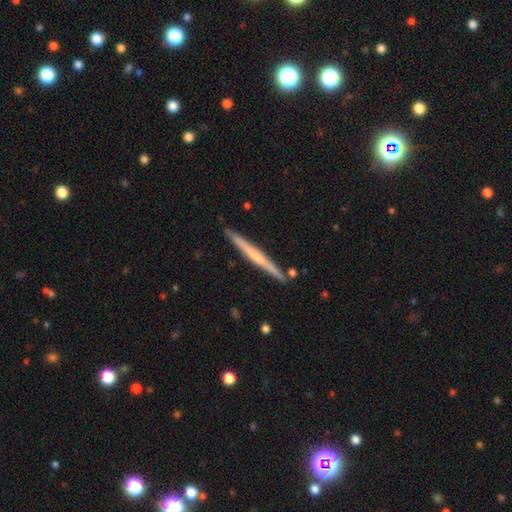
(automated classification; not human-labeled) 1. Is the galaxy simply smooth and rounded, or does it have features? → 54% featured or disk, 41% smooth, 5% star or artifact.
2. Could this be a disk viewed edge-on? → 98% yes, 2% no.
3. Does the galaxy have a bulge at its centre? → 70% none, 22% rounded, 8% boxy.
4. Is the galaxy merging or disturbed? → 90% none, 7% minor disturbance, 2% merger, 1% major disturbance.